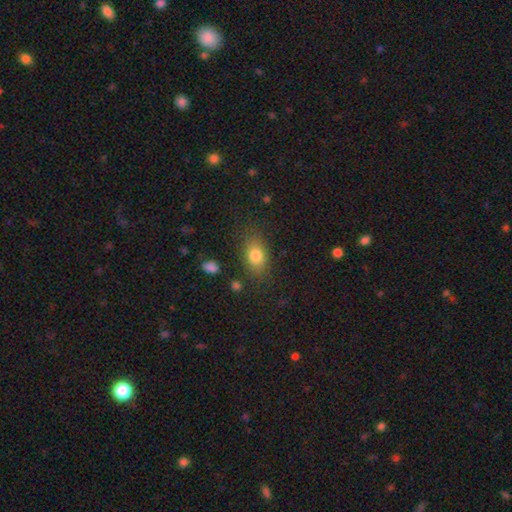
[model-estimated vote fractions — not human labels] smooth_or_featured: smooth (p=0.80) [alt: star or artifact p=0.10]
how_rounded: in between (p=0.76) [alt: round p=0.20]
merging: none (p=0.78) [alt: minor disturbance p=0.15]